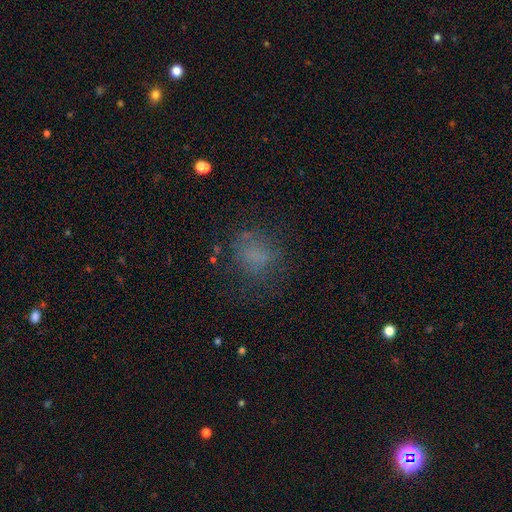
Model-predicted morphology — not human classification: smooth 63%, star or artifact 20%, featured or disk 17%. Down the decision tree: how rounded — round (59%); merging — none (63%).